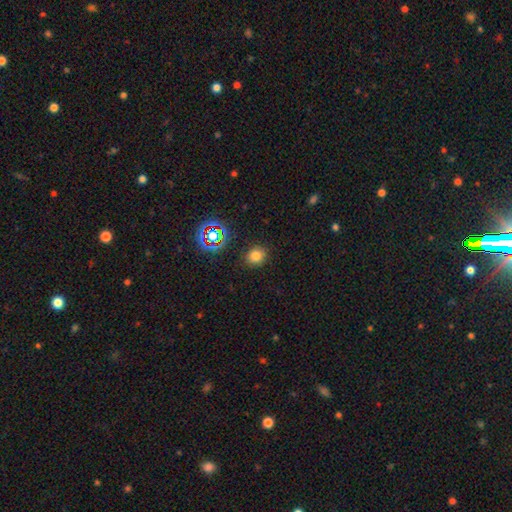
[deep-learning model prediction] smooth-or-featured: smooth: 75% | star or artifact: 19% | featured or disk: 6%
  how-rounded: round: 71% | in between: 28% | cigar-shaped: 1%
  merging: none: 87% | minor disturbance: 9% | major disturbance: 3% | merger: 2%